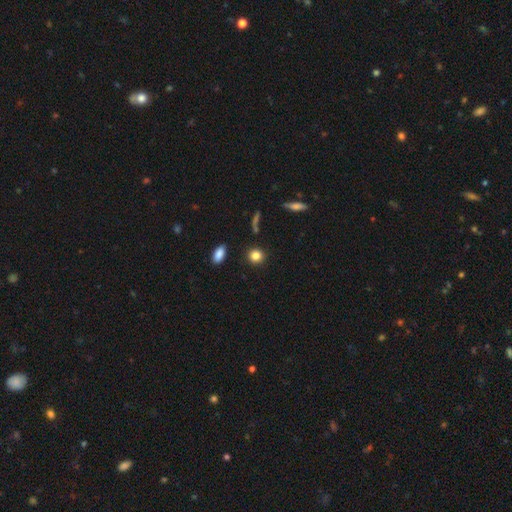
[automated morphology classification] This appears to be a smooth galaxy with no disk features (84%) that is round (82%). Merging: none (89%).